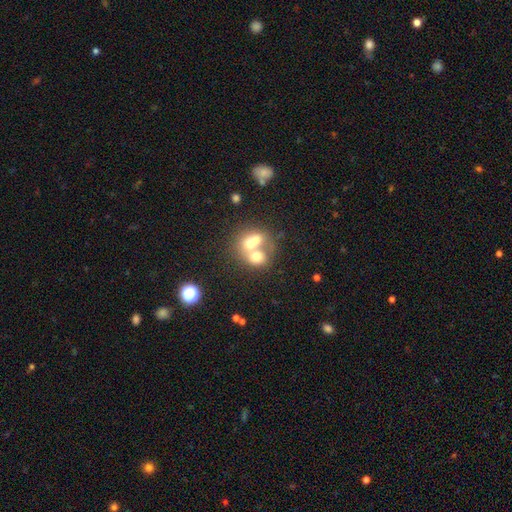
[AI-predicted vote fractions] This is possibly a smooth galaxy (59%). How rounded: possibly round (58%). Merging: likely merger (69%).